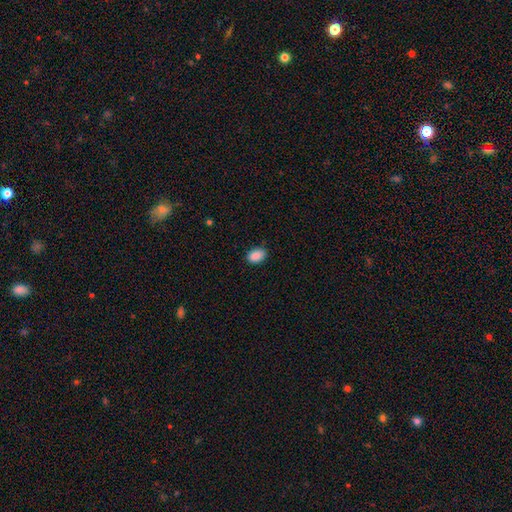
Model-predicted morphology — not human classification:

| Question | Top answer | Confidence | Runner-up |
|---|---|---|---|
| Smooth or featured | smooth | 89% | star or artifact (8%) |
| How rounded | in between | 82% | round (16%) |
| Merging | none | 86% | minor disturbance (11%) |